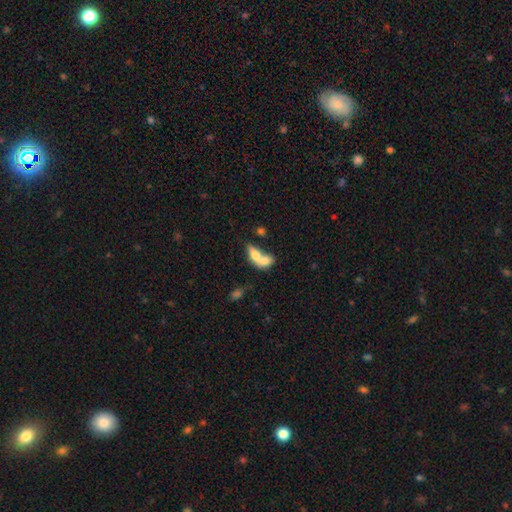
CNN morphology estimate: Smooth or featured: smooth — 69% (featured or disk — 24%)
How rounded: in between — 77% (round — 16%)
Merging: merger — 77% (none — 13%)